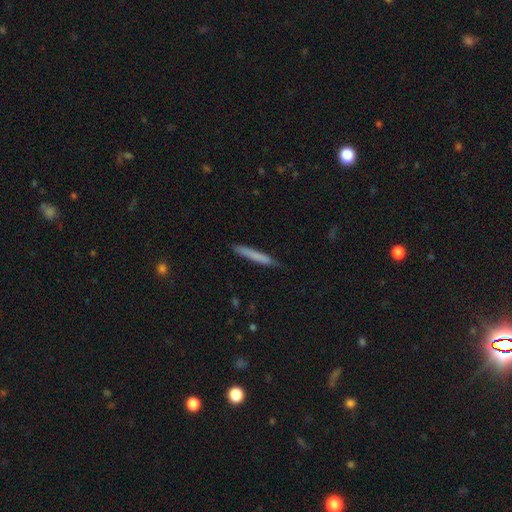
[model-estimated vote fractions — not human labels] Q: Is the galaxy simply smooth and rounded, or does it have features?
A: smooth — 74%.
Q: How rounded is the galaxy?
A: cigar-shaped — 96%.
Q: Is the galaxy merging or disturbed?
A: none — 84%.